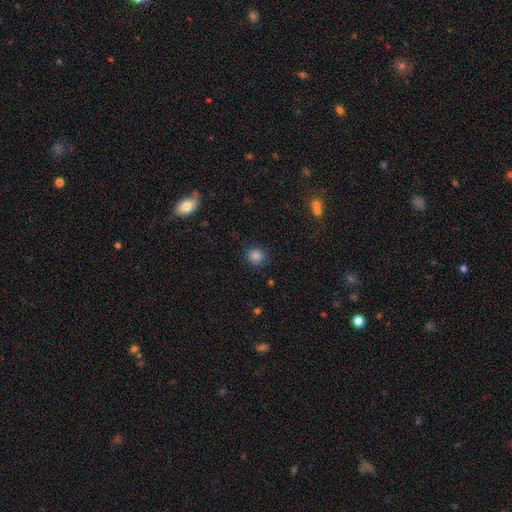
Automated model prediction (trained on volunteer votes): smooth-or-featured: smooth: 84% | star or artifact: 12% | featured or disk: 4%
  how-rounded: round: 88% | in between: 11% | cigar-shaped: 1%
  merging: none: 84% | minor disturbance: 11% | major disturbance: 3% | merger: 1%